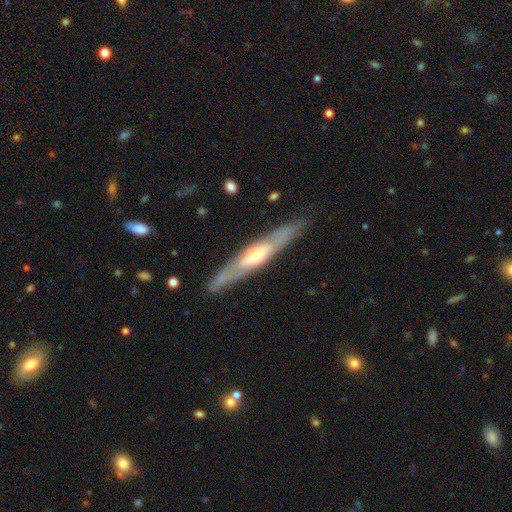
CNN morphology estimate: This is likely a featured or disk galaxy (67%). It is likely viewed edge-on (74%). Merging: clearly none (84%).